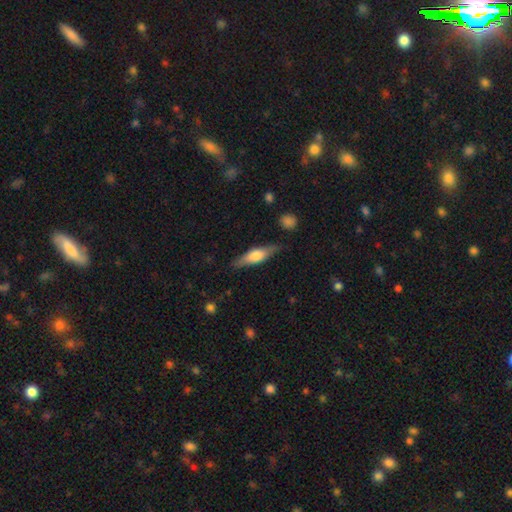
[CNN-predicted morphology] This is possibly a smooth galaxy (49%). Merging: clearly none (82%).